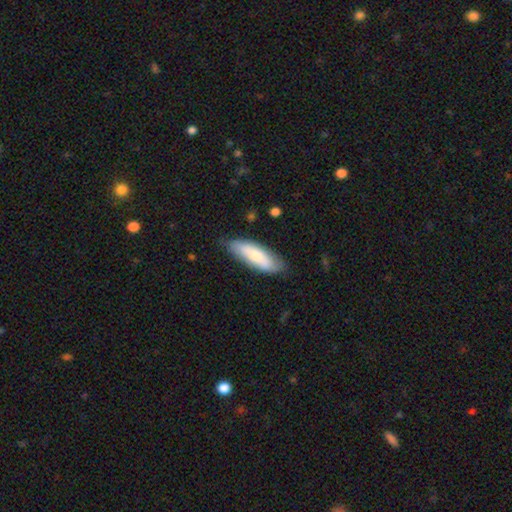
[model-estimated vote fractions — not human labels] The model was most divided on "how rounded": in between: 60%, cigar-shaped: 38%, round: 2%. More confident: merging — none (77%); smooth or featured — smooth (68%).